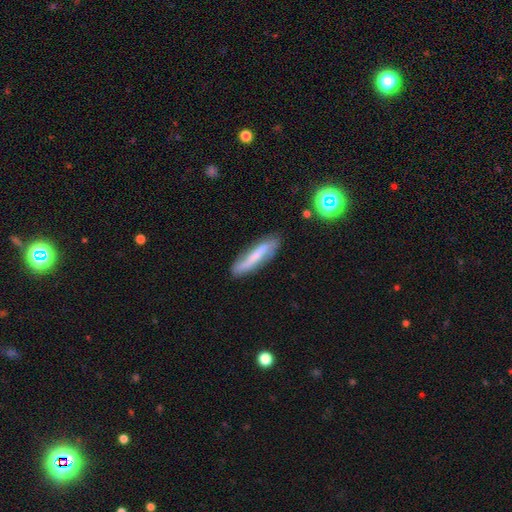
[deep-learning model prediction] Q: Smooth or featured?
A: smooth (48%); runner-up: featured or disk (42%)
Q: Merging?
A: none (73%); runner-up: minor disturbance (19%)